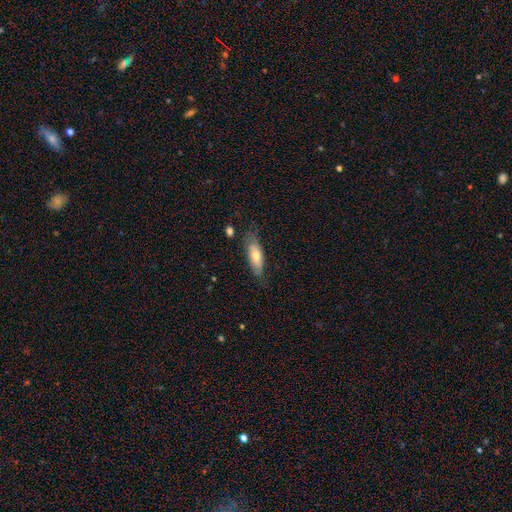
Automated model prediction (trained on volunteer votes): Q: Smooth or featured?
A: smooth (64%); runner-up: featured or disk (29%)
Q: How rounded?
A: in between (64%); runner-up: cigar-shaped (34%)
Q: Merging?
A: none (71%); runner-up: minor disturbance (22%)